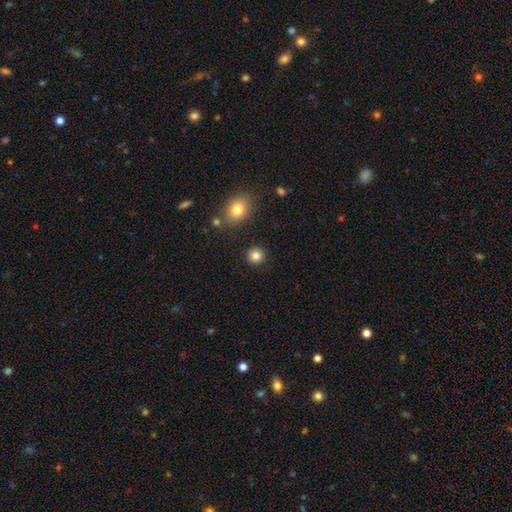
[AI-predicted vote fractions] This is clearly a smooth galaxy (85%). How rounded: clearly round (92%). Merging: clearly none (90%).